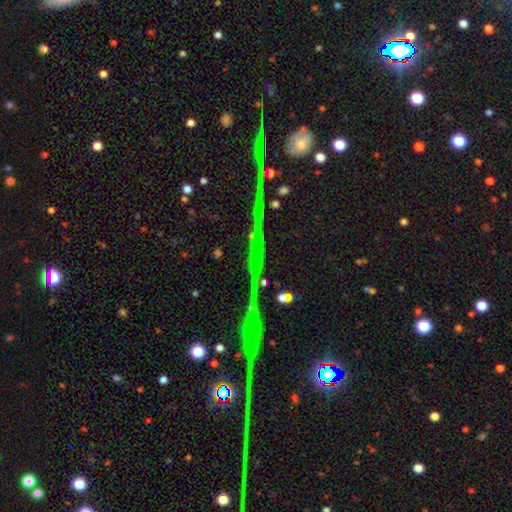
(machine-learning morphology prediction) Overall: star or artifact (69%).